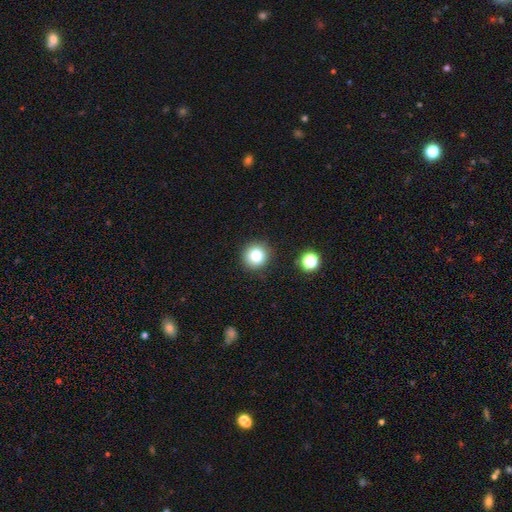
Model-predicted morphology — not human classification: A smooth galaxy with no disk features (81%) that is round (92%).

Vote fractions:
- Smooth or featured? smooth: 81% / star or artifact: 13% / featured or disk: 7%
- How rounded? round: 92% / in between: 7% / cigar-shaped: 1%
- Merging? none: 89% / minor disturbance: 7% / major disturbance: 2% / merger: 2%